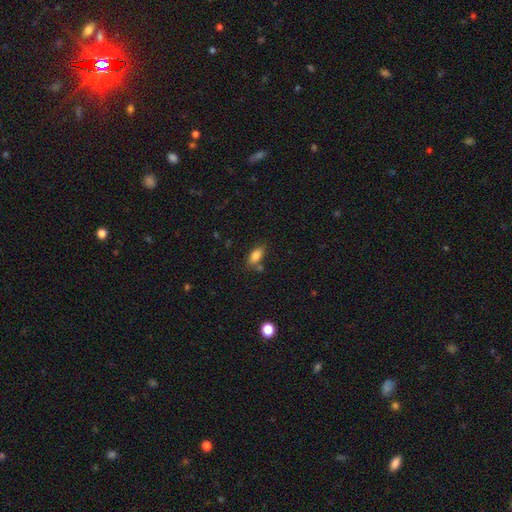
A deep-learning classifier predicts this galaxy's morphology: Smooth or featured?
  - smooth: 80% *
  - featured or disk: 11%
  - star or artifact: 9%
How rounded?
  - in between: 85% *
  - cigar-shaped: 11%
  - round: 4%
Merging?
  - none: 67% *
  - minor disturbance: 16%
  - merger: 12%
  - major disturbance: 4%